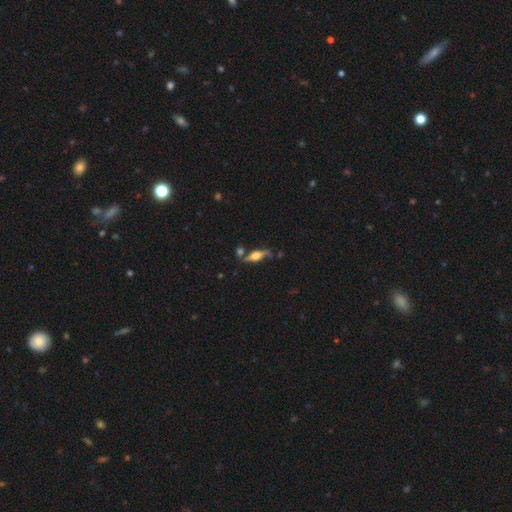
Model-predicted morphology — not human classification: Q: Smooth or featured?
A: featured or disk (63%); runner-up: smooth (30%)
Q: Edge-on disk?
A: yes (83%); runner-up: no (17%)
Q: Edge-on bulge?
A: rounded (91%); runner-up: boxy (7%)
Q: Merging?
A: none (64%); runner-up: minor disturbance (18%)